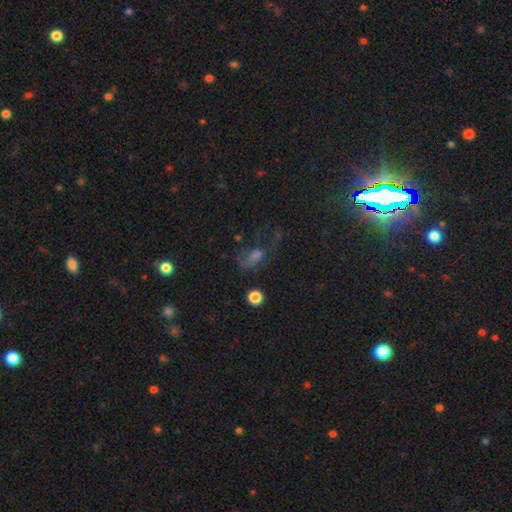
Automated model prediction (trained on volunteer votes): Overall: smooth (44%; star or artifact 32%). Merging: major disturbance (40%; none 34%).